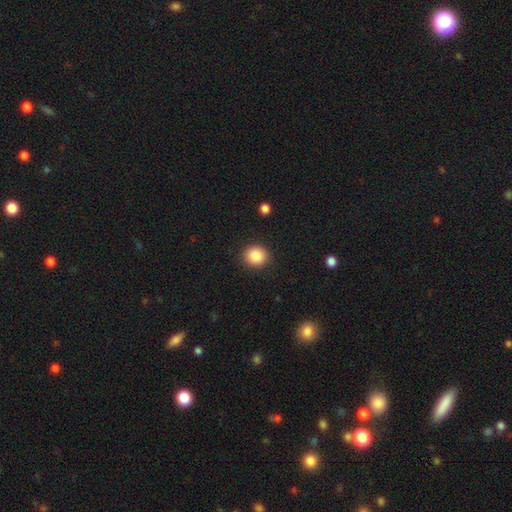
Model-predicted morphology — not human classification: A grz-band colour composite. It shows a smooth galaxy with no disk features (87%) that is round (83%). Merging: none (90%).